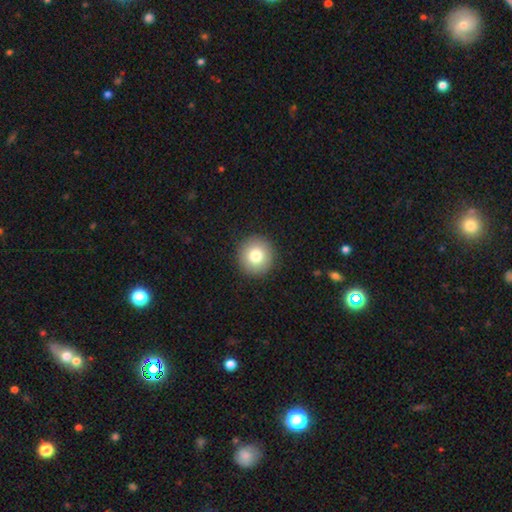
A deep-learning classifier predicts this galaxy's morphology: This appears to be a smooth galaxy with no disk features (80%) that is round (95%). Merging: none (92%).